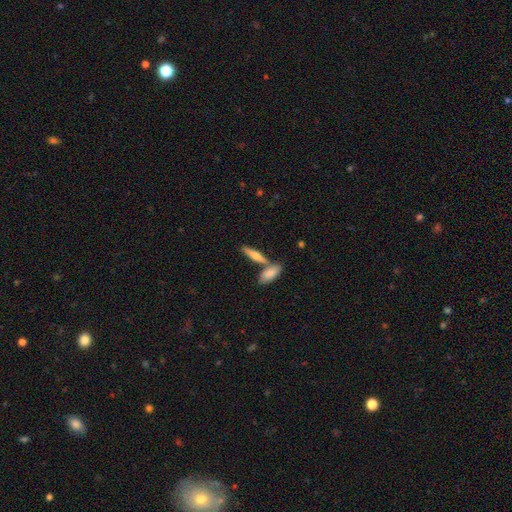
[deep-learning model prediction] Smooth or featured? smooth (64%)
How rounded? cigar-shaped (63%)
Merging? none (59%)